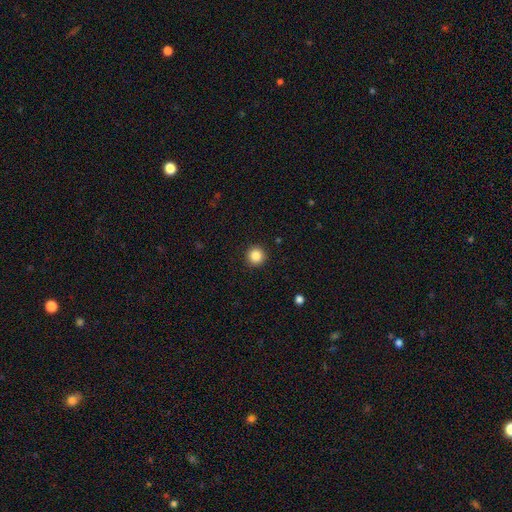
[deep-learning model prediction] smooth_or_featured: smooth (p=0.86) [alt: star or artifact p=0.10]
how_rounded: round (p=0.95) [alt: in between p=0.04]
merging: none (p=0.93) [alt: minor disturbance p=0.05]